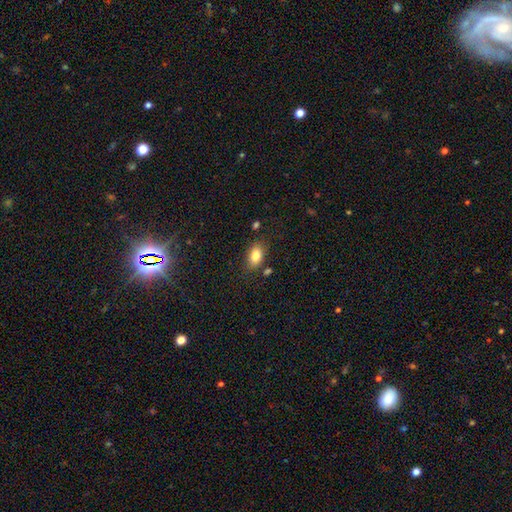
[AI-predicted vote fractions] Smooth or featured? Predicted: smooth (p=0.81). How rounded? Predicted: in between (p=0.88). Merging? Predicted: none (p=0.79).